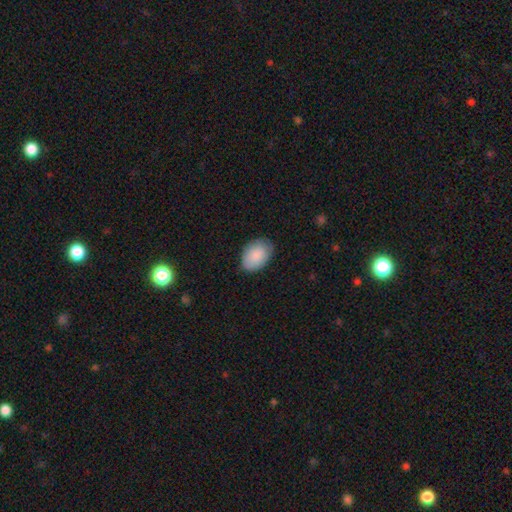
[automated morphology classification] This is clearly a smooth galaxy (88%). How rounded: clearly in between (87%). Merging: likely none (80%).